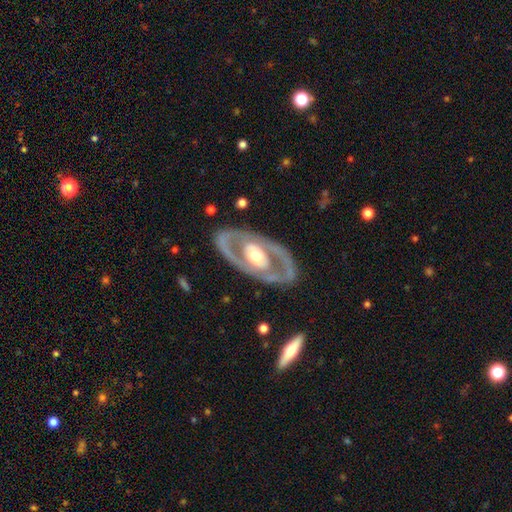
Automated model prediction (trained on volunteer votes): Smooth or featured?
  - featured or disk: 78% *
  - smooth: 18%
  - star or artifact: 4%
Edge-on disk?
  - no: 91% *
  - yes: 9%
Bar?
  - no: 62% *
  - weak: 22%
  - strong: 15%
Spiral arms?
  - no: 59% *
  - yes: 41%
Bulge size?
  - moderate: 69% *
  - large: 20%
  - small: 9%
  - dominant: 1%
  - none: 1%
Merging?
  - none: 82% *
  - minor disturbance: 11%
  - major disturbance: 5%
  - merger: 1%